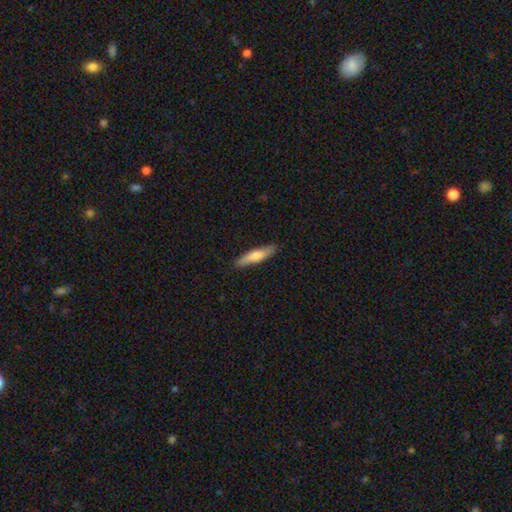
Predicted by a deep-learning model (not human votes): Overall: smooth (67%; featured or disk 28%). How rounded: cigar-shaped (82%). Merging: none (87%).